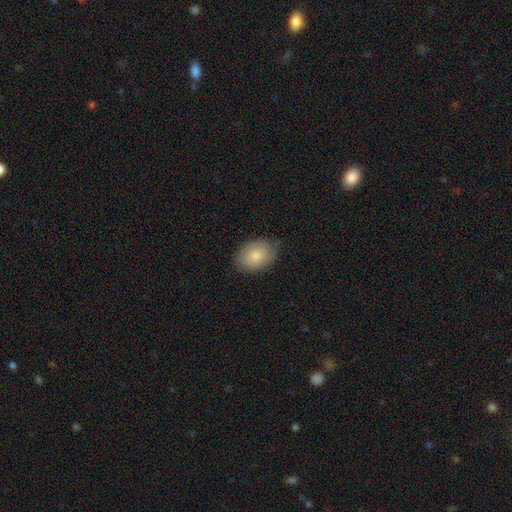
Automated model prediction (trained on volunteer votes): This is clearly a smooth galaxy (83%). How rounded: likely in between (77%). Merging: likely none (76%).